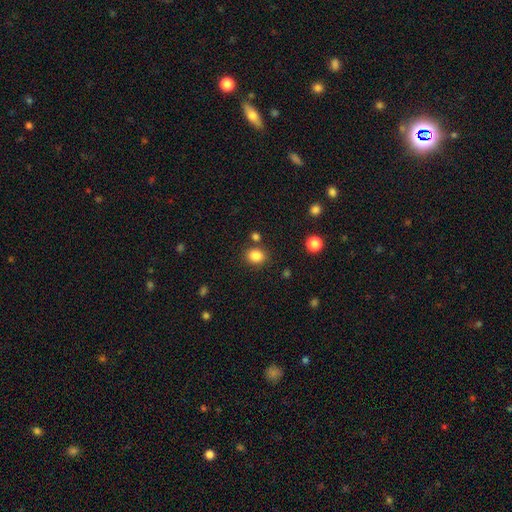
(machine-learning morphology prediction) smooth-or-featured: smooth: 85% | star or artifact: 11% | featured or disk: 4%
  how-rounded: round: 64% | in between: 35% | cigar-shaped: 1%
  merging: none: 80% | minor disturbance: 10% | merger: 7% | major disturbance: 3%